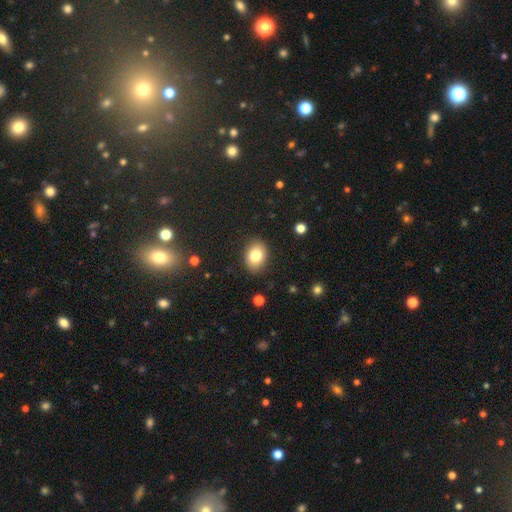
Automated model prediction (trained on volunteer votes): A smooth galaxy with no disk features (81%) that is in between round and cigar-shaped (68%).

Vote fractions:
- Smooth or featured? smooth: 81% / featured or disk: 10% / star or artifact: 9%
- How rounded? in between: 68% / round: 31% / cigar-shaped: 1%
- Merging? none: 87% / minor disturbance: 9% / major disturbance: 2% / merger: 1%